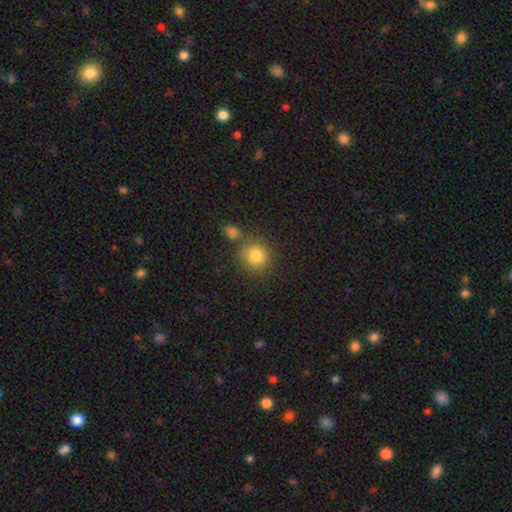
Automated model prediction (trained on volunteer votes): This is clearly a smooth galaxy (83%). How rounded: clearly round (88%). Merging: likely none (67%).